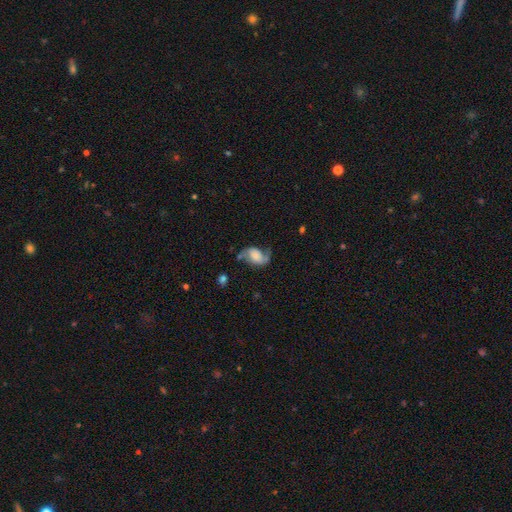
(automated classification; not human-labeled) A featured or disk galaxy (73%) with no bar (54%), 2 (88%) loose (58%) spiral arms (93%) and no central bulge (28%).

Vote fractions:
- Smooth or featured? featured or disk: 73% / smooth: 19% / star or artifact: 8%
- Edge-on disk? no: 97% / yes: 3%
- Bar? no: 54% / weak: 33% / strong: 13%
- Spiral arms? yes: 93% / no: 7%
- Spiral winding? loose: 58% / medium: 32% / tight: 10%
- Spiral arm count? 2: 88% / 1: 7% / can't tell: 3% / 3: 1% / 4: 1% / more than 4: 1%
- Bulge size? none: 28% / large: 25% / small: 19% / moderate: 18% / dominant: 10%
- Merging? none: 58% / minor disturbance: 22% / major disturbance: 16% / merger: 4%